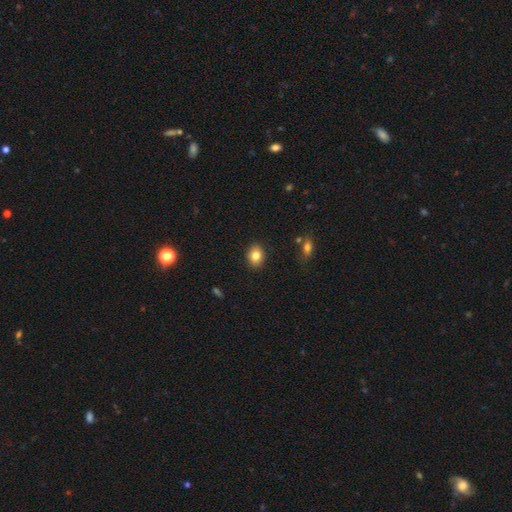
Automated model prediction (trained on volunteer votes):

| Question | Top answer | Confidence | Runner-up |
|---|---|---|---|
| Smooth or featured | smooth | 82% | star or artifact (9%) |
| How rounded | in between | 57% | round (42%) |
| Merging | none | 89% | minor disturbance (8%) |